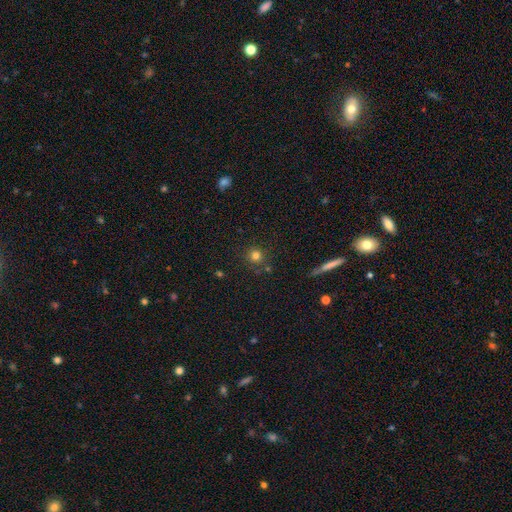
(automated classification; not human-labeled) Morphology: type=smooth (77%); roundness=round (93%); merging=none (82%).